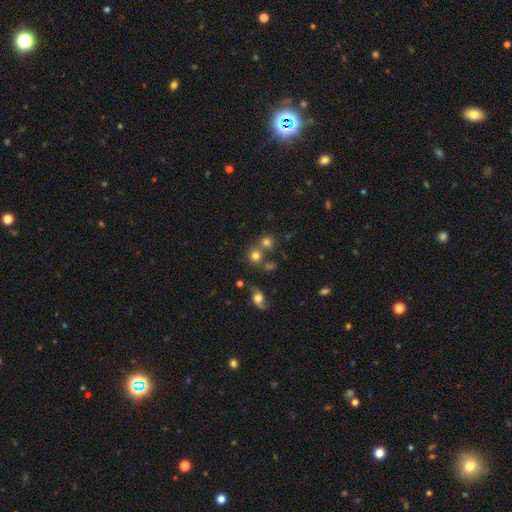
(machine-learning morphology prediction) This appears to be a smooth galaxy with no disk features (75%) that is round (87%). Merging: none (62%).